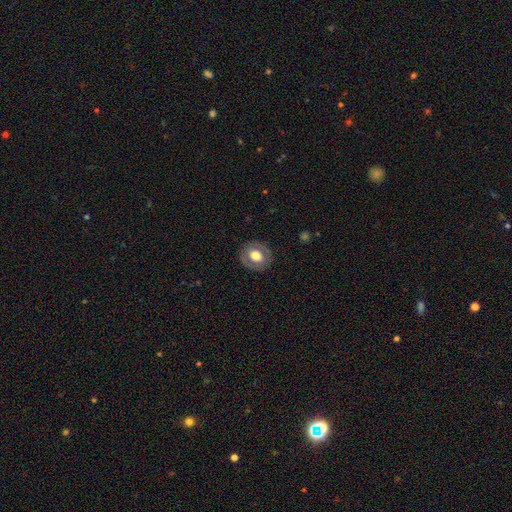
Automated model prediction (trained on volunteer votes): smooth 59%, featured or disk 34%, star or artifact 7%. Down the decision tree: how rounded — round (70%); merging — none (85%).